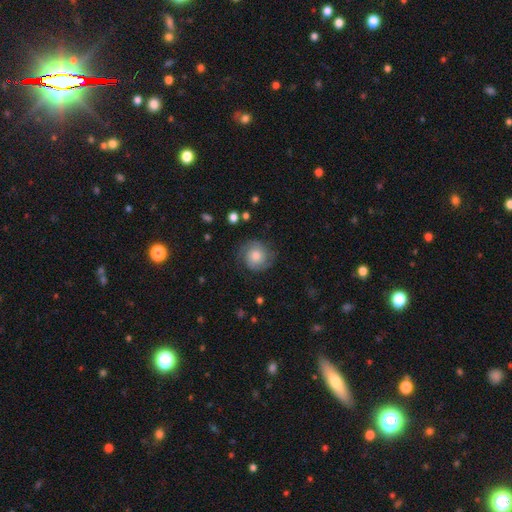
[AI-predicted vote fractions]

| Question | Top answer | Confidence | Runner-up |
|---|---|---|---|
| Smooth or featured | featured or disk | 61% | smooth (31%) |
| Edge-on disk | no | 98% | yes (2%) |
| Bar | no | 79% | weak (18%) |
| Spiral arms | yes | 92% | no (8%) |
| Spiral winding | tight | 56% | medium (33%) |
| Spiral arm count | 2 | 83% | can't tell (8%) |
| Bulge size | moderate | 51% | small (22%) |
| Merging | none | 79% | minor disturbance (13%) |